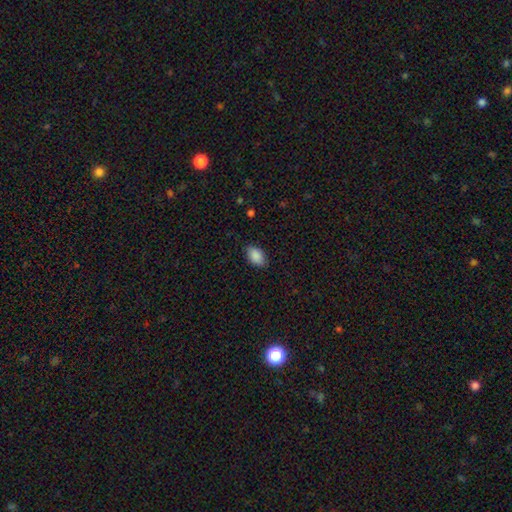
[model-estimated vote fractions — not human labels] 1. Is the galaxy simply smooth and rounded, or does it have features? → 89% smooth, 7% star or artifact, 4% featured or disk.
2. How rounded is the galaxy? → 90% in between, 9% round, 1% cigar-shaped.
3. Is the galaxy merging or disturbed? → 84% none, 12% minor disturbance, 3% major disturbance, 1% merger.